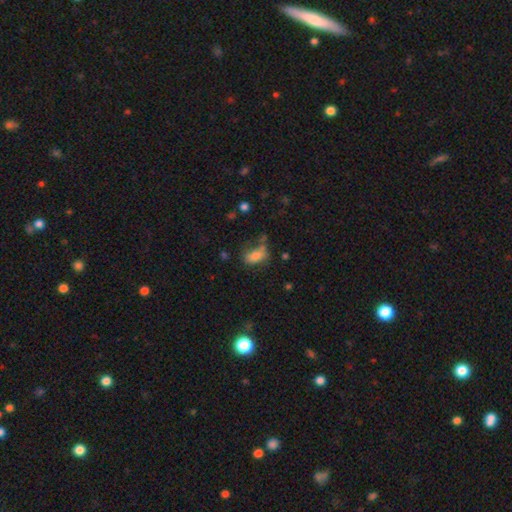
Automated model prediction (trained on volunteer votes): A smooth galaxy with no disk features (76%) that is in between round and cigar-shaped (87%).

Vote fractions:
- Smooth or featured? smooth: 76% / featured or disk: 12% / star or artifact: 11%
- How rounded? in between: 87% / round: 8% / cigar-shaped: 4%
- Merging? none: 44% / minor disturbance: 26% / major disturbance: 18% / merger: 12%